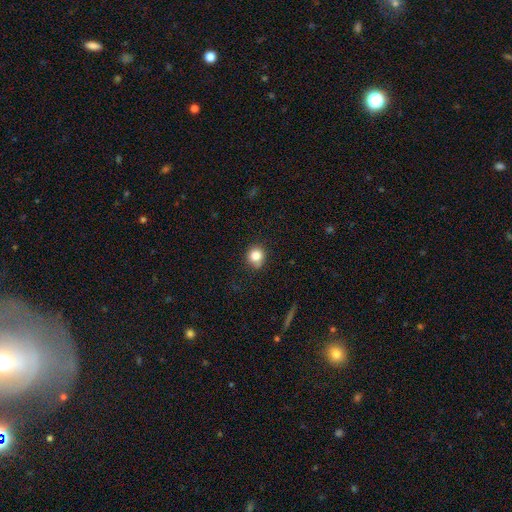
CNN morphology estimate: Smooth or featured? Predicted: smooth (p=0.82). How rounded? Predicted: round (p=0.86). Merging? Predicted: none (p=0.79).